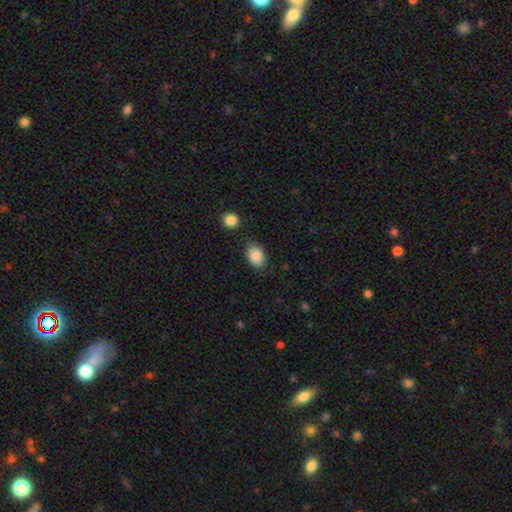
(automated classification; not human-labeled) Smooth or featured? Predicted: smooth (p=0.87). How rounded? Predicted: in between (p=0.77). Merging? Predicted: none (p=0.78).